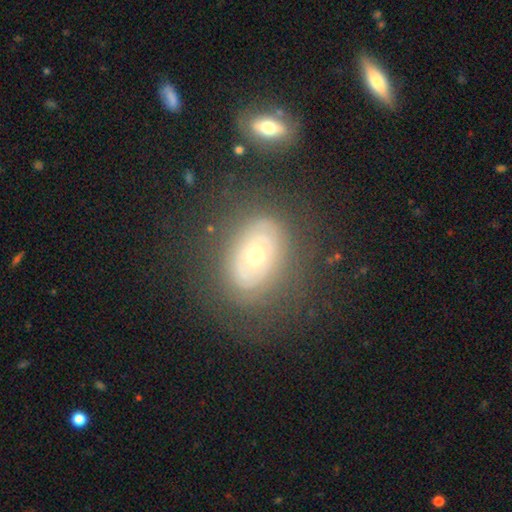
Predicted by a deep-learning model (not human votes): Morphology: type=featured or disk (65%); edge-on=no (94%); bar=no (88%); spiral arms=no (55%); bulge=moderate (67%); merging=none (75%).